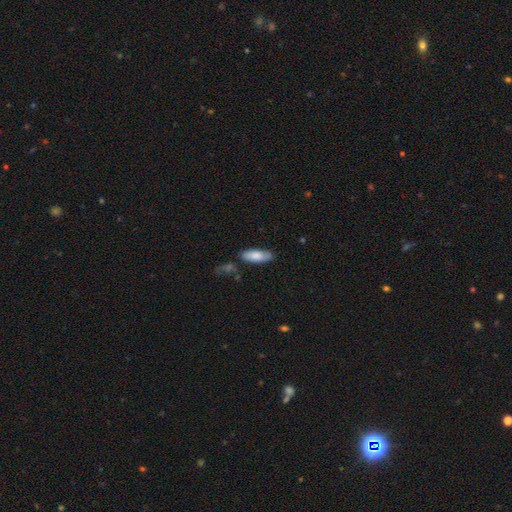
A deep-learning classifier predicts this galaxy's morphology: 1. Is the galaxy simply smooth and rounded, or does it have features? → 80% smooth, 15% featured or disk, 6% star or artifact.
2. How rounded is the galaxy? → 68% in between, 31% cigar-shaped, 2% round.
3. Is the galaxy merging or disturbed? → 76% none, 17% minor disturbance, 4% merger, 3% major disturbance.